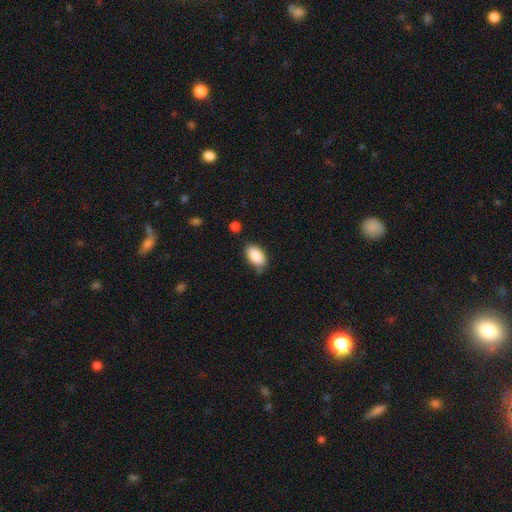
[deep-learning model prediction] smooth_or_featured: smooth (p=0.88) [alt: star or artifact p=0.07]
how_rounded: in between (p=0.94) [alt: round p=0.04]
merging: none (p=0.75) [alt: minor disturbance p=0.18]